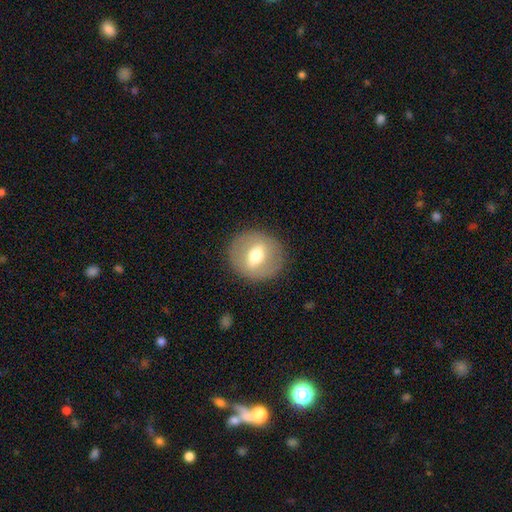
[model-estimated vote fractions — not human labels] Q: Smooth or featured?
A: featured or disk (47%); runner-up: smooth (46%)
Q: Merging?
A: none (86%); runner-up: minor disturbance (9%)